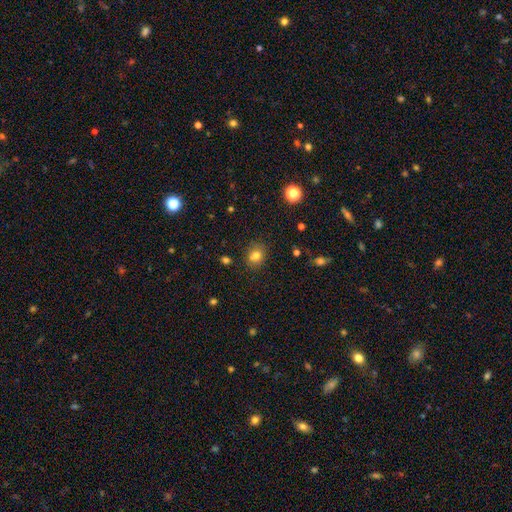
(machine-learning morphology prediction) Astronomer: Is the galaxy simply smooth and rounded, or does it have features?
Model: smooth — 78%.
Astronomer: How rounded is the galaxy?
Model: round — 62% (runner-up: in between, 37%).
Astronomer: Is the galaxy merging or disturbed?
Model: none — 77%.